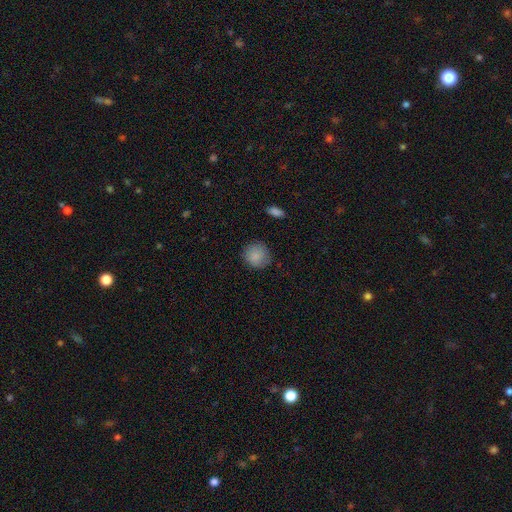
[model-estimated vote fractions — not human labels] A smooth galaxy with no disk features (86%) that is round (89%). Merging: none (83%).